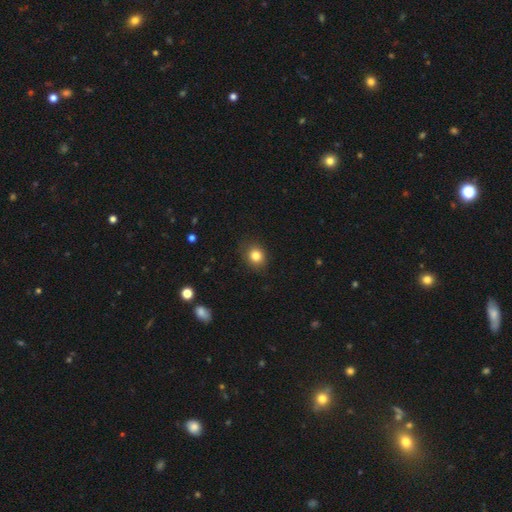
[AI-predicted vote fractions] Smooth or featured: smooth — 83% (star or artifact — 11%)
How rounded: round — 71% (in between — 28%)
Merging: none — 85% (minor disturbance — 11%)